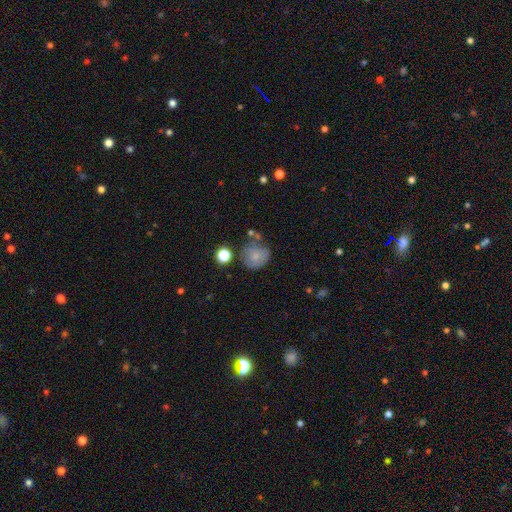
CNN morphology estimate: A smooth galaxy with no disk features (72%) that is round (84%).

Vote fractions:
- Smooth or featured? smooth: 72% / featured or disk: 17% / star or artifact: 11%
- How rounded? round: 84% / in between: 15% / cigar-shaped: 1%
- Merging? none: 60% / minor disturbance: 23% / merger: 9% / major disturbance: 9%